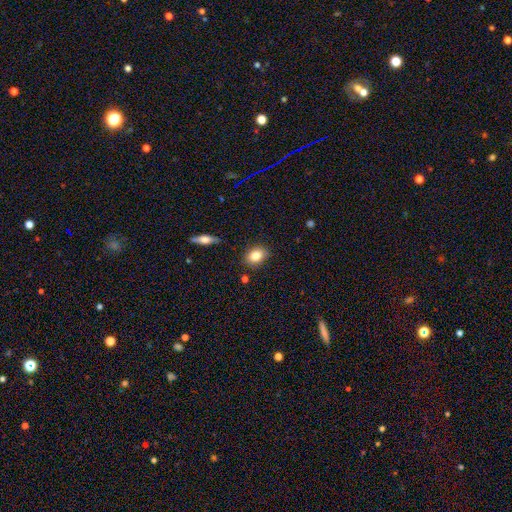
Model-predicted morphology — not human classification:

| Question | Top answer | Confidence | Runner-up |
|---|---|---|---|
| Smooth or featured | smooth | 83% | star or artifact (8%) |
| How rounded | in between | 66% | round (32%) |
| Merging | none | 85% | minor disturbance (10%) |